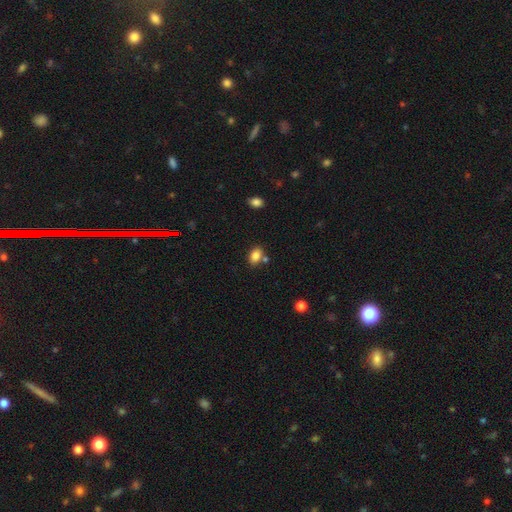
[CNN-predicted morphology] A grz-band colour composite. It shows a smooth galaxy with no disk features (84%) that is in between round and cigar-shaped (81%). Merging: none (69%).